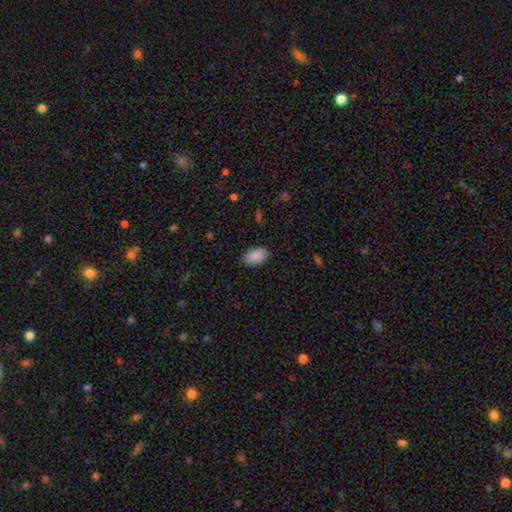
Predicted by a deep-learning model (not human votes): smooth 90%, star or artifact 6%, featured or disk 4%. Down the decision tree: how rounded — in between (92%); merging — none (86%).